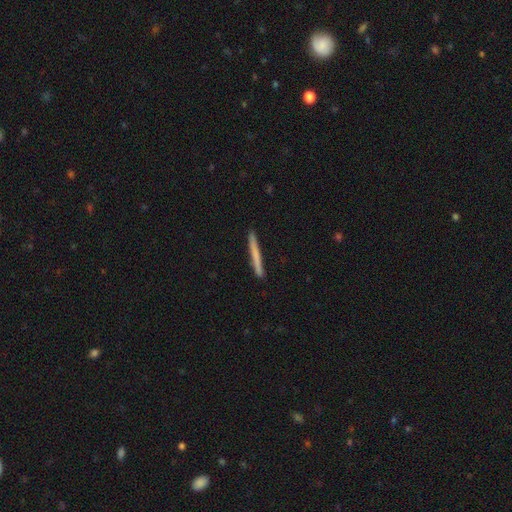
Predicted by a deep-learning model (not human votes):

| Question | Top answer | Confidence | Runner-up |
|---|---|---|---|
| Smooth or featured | smooth | 64% | featured or disk (31%) |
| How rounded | cigar-shaped | 97% | in between (2%) |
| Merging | none | 92% | minor disturbance (6%) |